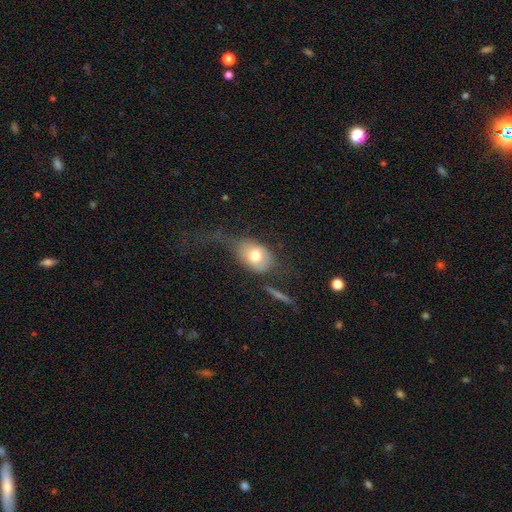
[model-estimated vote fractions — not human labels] Overall: smooth (70%). How rounded: in between (67%; round 31%). Merging: none (38%; major disturbance 30%).